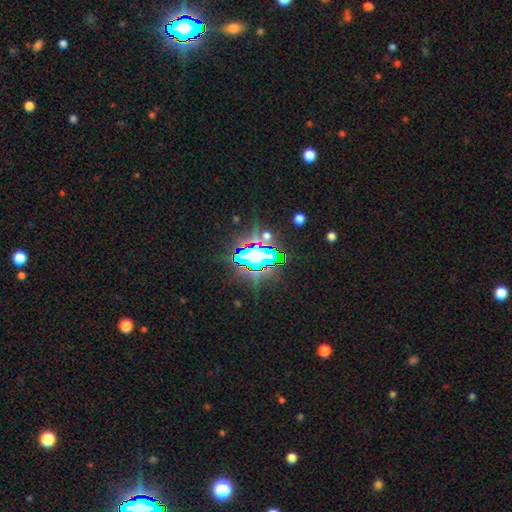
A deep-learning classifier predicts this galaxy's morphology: Smooth or featured: star or artifact — 68% (smooth — 19%)